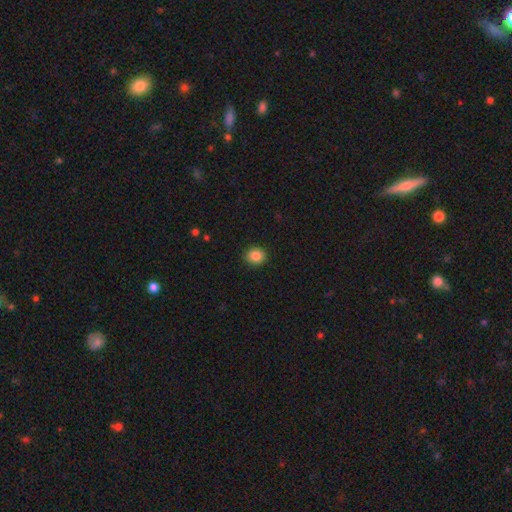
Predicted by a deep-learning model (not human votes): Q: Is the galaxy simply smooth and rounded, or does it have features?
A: smooth — 86%.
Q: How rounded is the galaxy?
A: round — 76%.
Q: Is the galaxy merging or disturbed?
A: none — 91%.